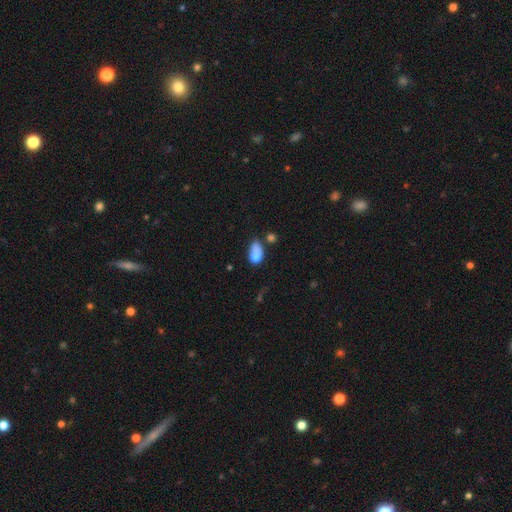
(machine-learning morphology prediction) smooth_or_featured: smooth (p=0.72) [alt: featured or disk p=0.18]
how_rounded: in between (p=0.77) [alt: round p=0.20]
merging: merger (p=0.30) [alt: major disturbance p=0.24]